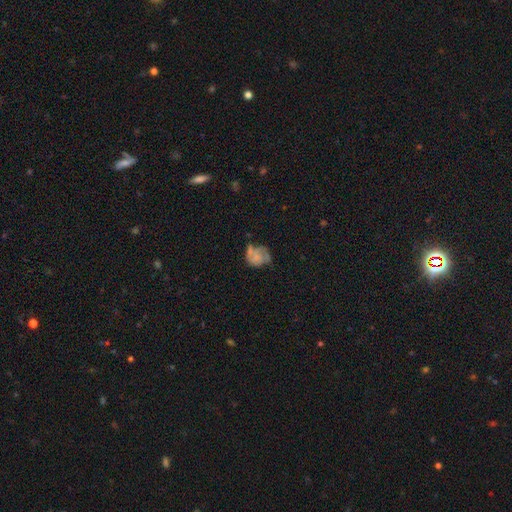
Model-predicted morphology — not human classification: The model was most divided on "smooth or featured": featured or disk: 49%, smooth: 40%, star or artifact: 11%. Remaining: merging — none (41%).